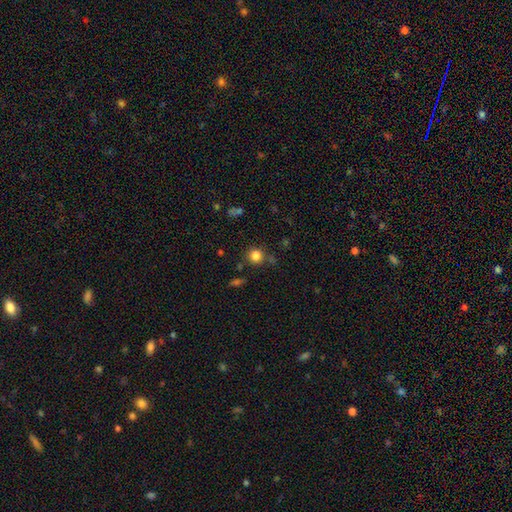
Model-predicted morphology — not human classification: The model was most divided on "smooth or featured": smooth: 82%, star or artifact: 13%, featured or disk: 6%. More confident: how rounded — round (91%); merging — none (80%).